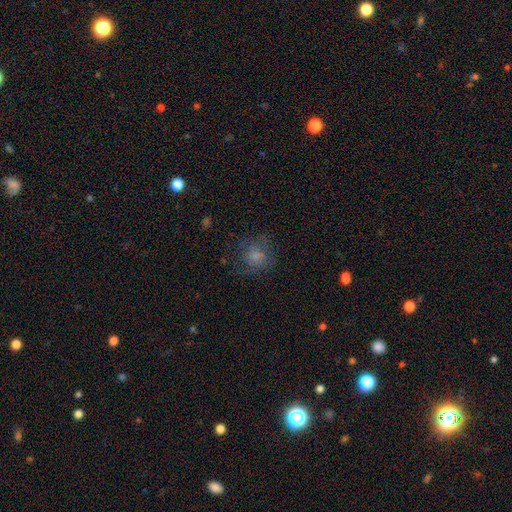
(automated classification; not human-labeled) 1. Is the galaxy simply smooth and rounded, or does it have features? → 65% smooth, 24% featured or disk, 12% star or artifact.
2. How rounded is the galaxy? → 83% round, 16% in between, 1% cigar-shaped.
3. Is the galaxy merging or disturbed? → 63% none, 19% minor disturbance, 16% major disturbance, 2% merger.